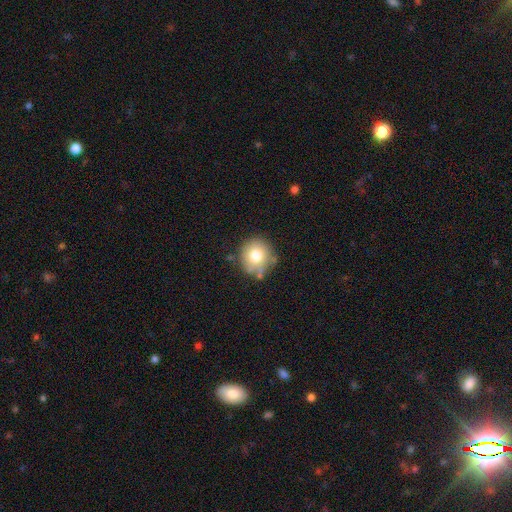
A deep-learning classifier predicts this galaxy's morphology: This is likely a smooth galaxy (75%). How rounded: clearly round (91%). Merging: likely none (74%).